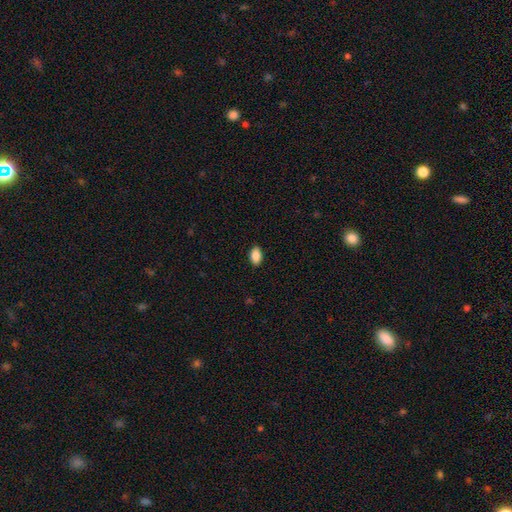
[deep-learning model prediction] A smooth galaxy with no disk features (88%) that is in between round and cigar-shaped (90%). Merging: none (89%).